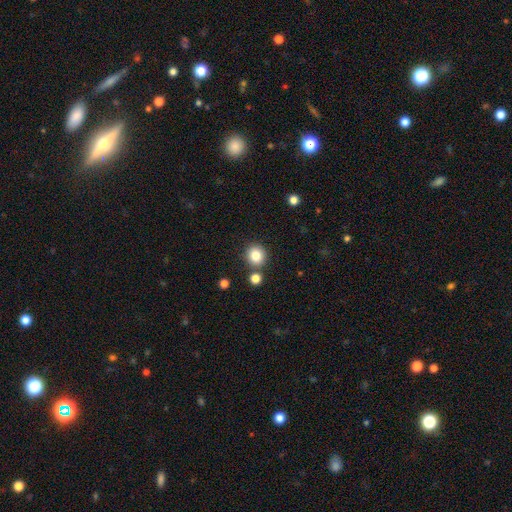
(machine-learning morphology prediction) A smooth galaxy with no disk features (83%) that is round (86%).

Vote fractions:
- Smooth or featured? smooth: 83% / star or artifact: 11% / featured or disk: 6%
- How rounded? round: 86% / in between: 13% / cigar-shaped: 1%
- Merging? none: 82% / merger: 8% / minor disturbance: 7% / major disturbance: 2%